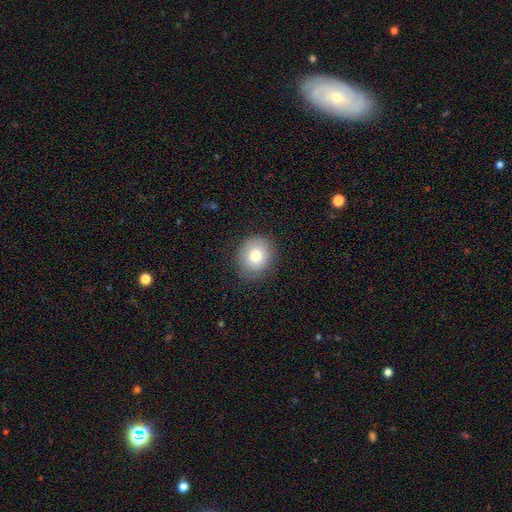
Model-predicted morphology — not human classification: Smooth or featured? Predicted: smooth (p=0.77). How rounded? Predicted: round (p=0.69). Merging? Predicted: none (p=0.84).